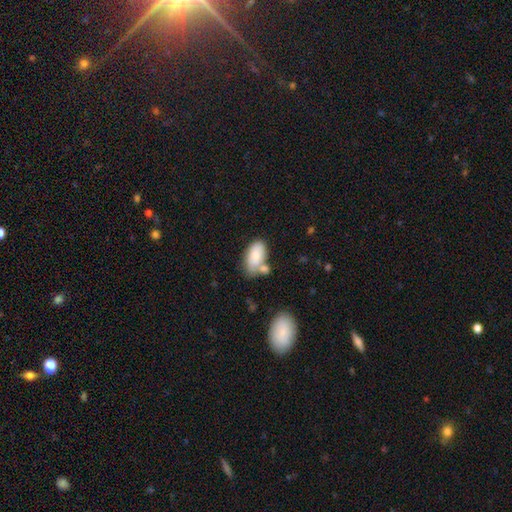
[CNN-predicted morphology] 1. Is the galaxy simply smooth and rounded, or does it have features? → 83% smooth, 10% featured or disk, 7% star or artifact.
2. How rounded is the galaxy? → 94% in between, 3% round, 2% cigar-shaped.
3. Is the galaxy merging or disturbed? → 47% none, 26% merger, 20% minor disturbance, 7% major disturbance.